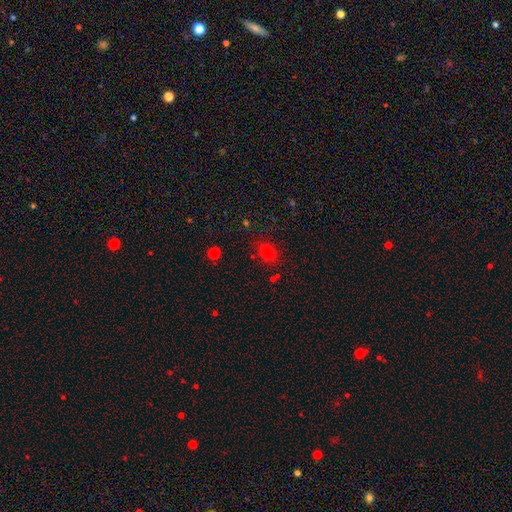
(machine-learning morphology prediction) Smooth or featured? Predicted: smooth (p=0.74). How rounded? Predicted: round (p=0.61). Merging? Predicted: none (p=0.82).